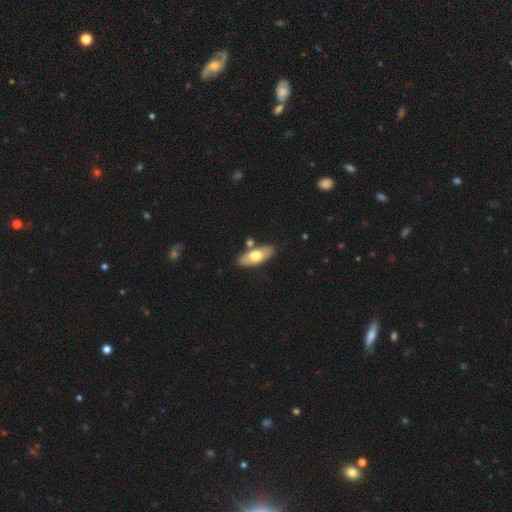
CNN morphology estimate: type=smooth (62%); roundness=in between (81%); merging=none (79%).